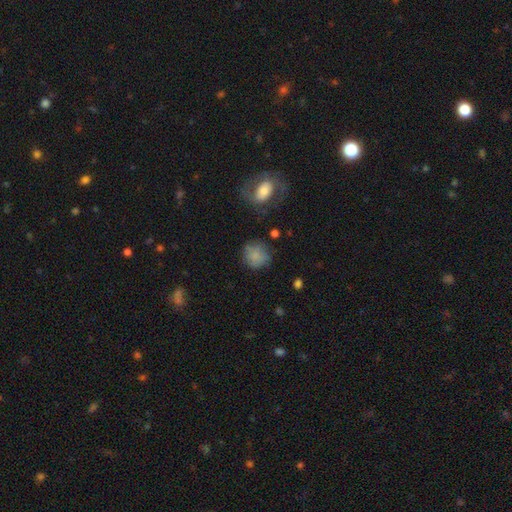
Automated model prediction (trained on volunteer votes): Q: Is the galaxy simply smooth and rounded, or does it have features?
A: smooth — 80%.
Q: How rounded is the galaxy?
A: round — 84%.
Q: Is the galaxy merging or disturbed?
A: none — 70%.